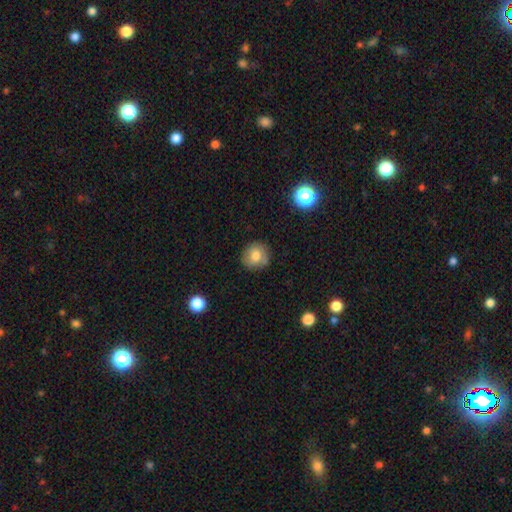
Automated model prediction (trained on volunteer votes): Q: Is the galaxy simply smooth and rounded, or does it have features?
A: smooth — 74%.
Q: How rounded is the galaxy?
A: round — 84%.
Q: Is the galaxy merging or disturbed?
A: none — 79%.